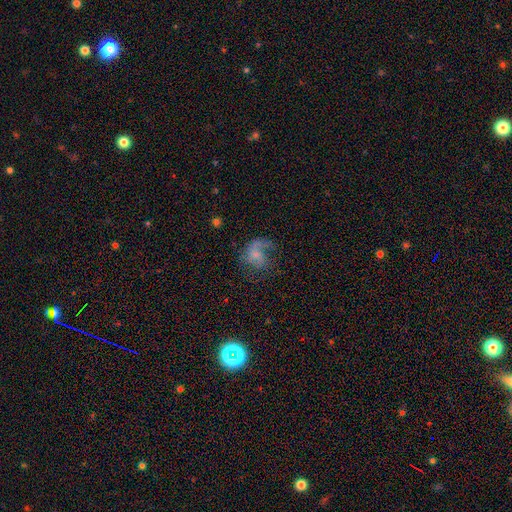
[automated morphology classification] Smooth or featured? Predicted: featured or disk (p=0.63). Edge-on disk? Predicted: no (p=0.97). Bar? Predicted: no (p=0.66). Spiral arms? Predicted: yes (p=0.84). Spiral winding? Predicted: loose (p=0.51). Spiral arm count? Predicted: 1 (p=0.64). Bulge size? Predicted: small (p=0.52). Merging? Predicted: none (p=0.41).